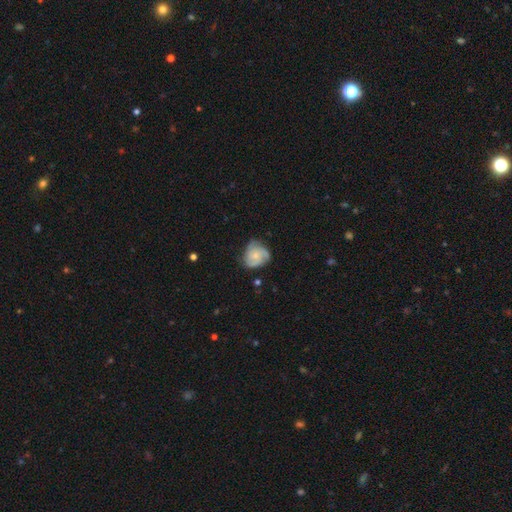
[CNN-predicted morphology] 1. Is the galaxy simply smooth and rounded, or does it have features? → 63% featured or disk, 31% smooth, 7% star or artifact.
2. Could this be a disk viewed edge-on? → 98% no, 2% yes.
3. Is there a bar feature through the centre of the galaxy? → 79% no, 18% weak, 3% strong.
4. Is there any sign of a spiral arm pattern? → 91% yes, 9% no.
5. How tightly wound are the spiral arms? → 48% tight, 40% medium, 12% loose.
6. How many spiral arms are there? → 54% 3, 15% can't tell, 14% 2, 10% 4, 4% 1, 3% more than 4.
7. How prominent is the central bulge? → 61% small, 29% moderate, 7% none, 2% large, 1% dominant.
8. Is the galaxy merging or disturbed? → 61% none, 28% minor disturbance, 9% major disturbance, 2% merger.